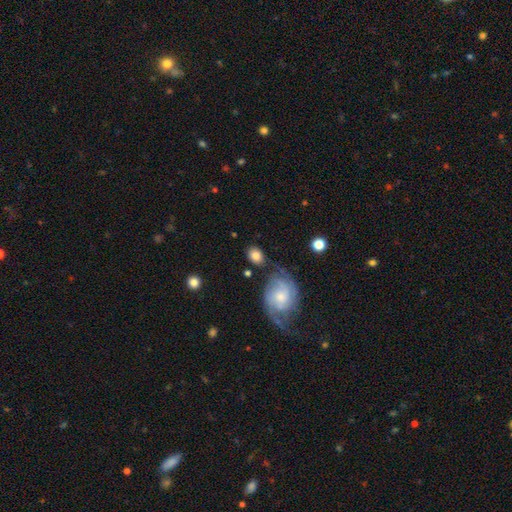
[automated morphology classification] A smooth galaxy with no disk features (76%) that is in between round and cigar-shaped (55%).

Vote fractions:
- Smooth or featured? smooth: 76% / featured or disk: 16% / star or artifact: 7%
- How rounded? in between: 55% / round: 43% / cigar-shaped: 2%
- Merging? none: 68% / minor disturbance: 17% / merger: 8% / major disturbance: 7%